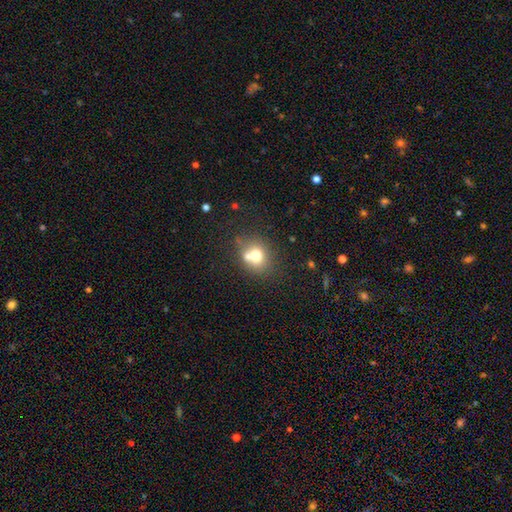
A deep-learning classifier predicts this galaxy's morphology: This is likely a smooth galaxy (69%). How rounded: likely round (70%). Merging: possibly none (51%).